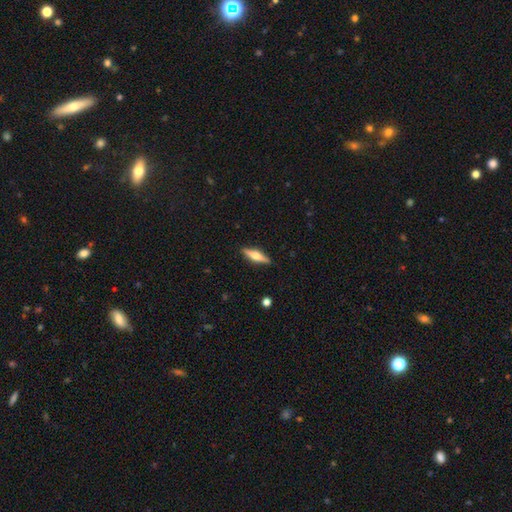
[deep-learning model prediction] Smooth or featured: featured or disk — 57% (smooth — 37%)
Edge-on disk: yes — 96% (no — 4%)
Edge-on bulge: rounded — 92% (boxy — 6%)
Merging: none — 89% (minor disturbance — 8%)